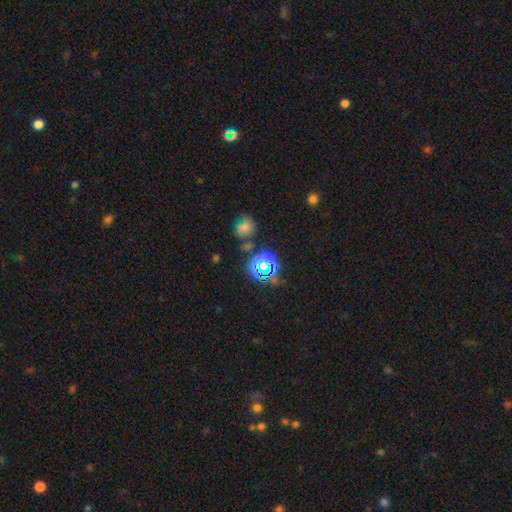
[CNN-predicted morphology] This is possibly a star or artifact rather than a galaxy (57%).